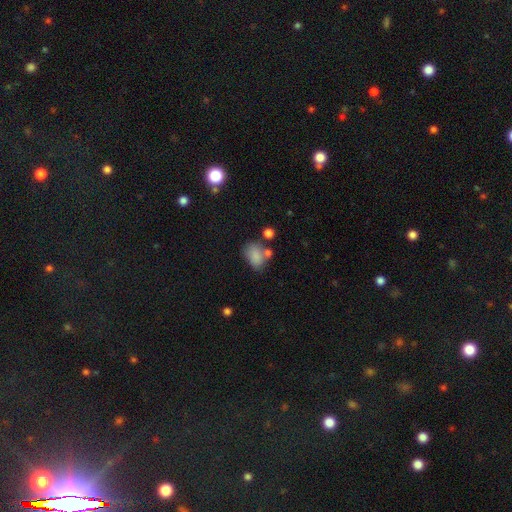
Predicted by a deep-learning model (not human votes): Morphology: type=smooth (80%); roundness=in between (75%); merging=none (52%).